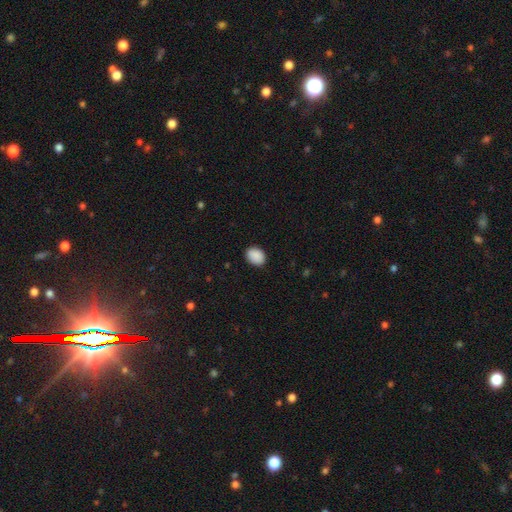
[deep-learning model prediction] smooth-or-featured: smooth: 90% | star or artifact: 7% | featured or disk: 3%
  how-rounded: in between: 62% | round: 37% | cigar-shaped: 1%
  merging: none: 87% | minor disturbance: 10% | major disturbance: 2% | merger: 1%